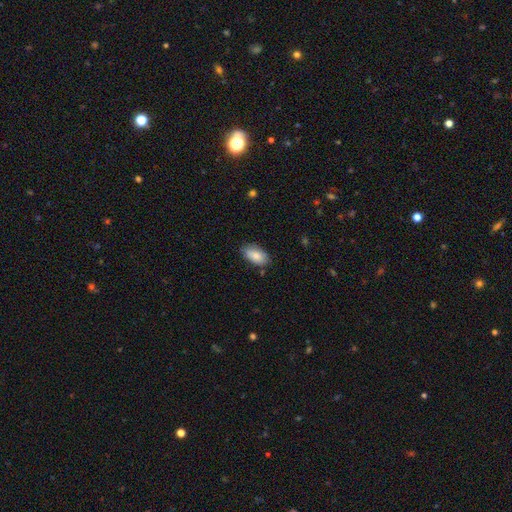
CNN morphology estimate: smooth_or_featured: smooth (p=0.83) [alt: featured or disk p=0.10]
how_rounded: in between (p=0.94) [alt: round p=0.03]
merging: none (p=0.79) [alt: minor disturbance p=0.16]